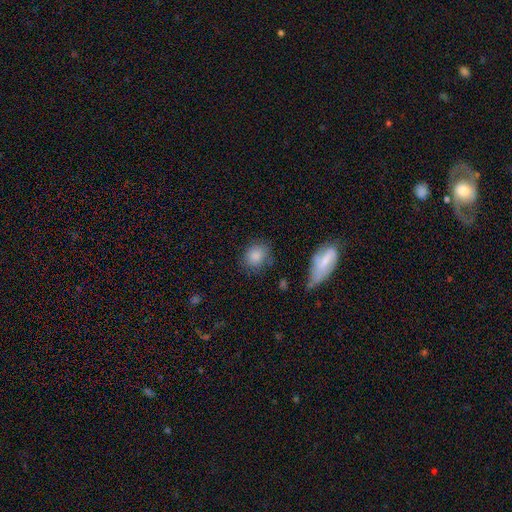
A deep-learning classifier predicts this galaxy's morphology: Smooth or featured: smooth — 83% (star or artifact — 9%)
How rounded: round — 67% (in between — 31%)
Merging: none — 73% (minor disturbance — 17%)